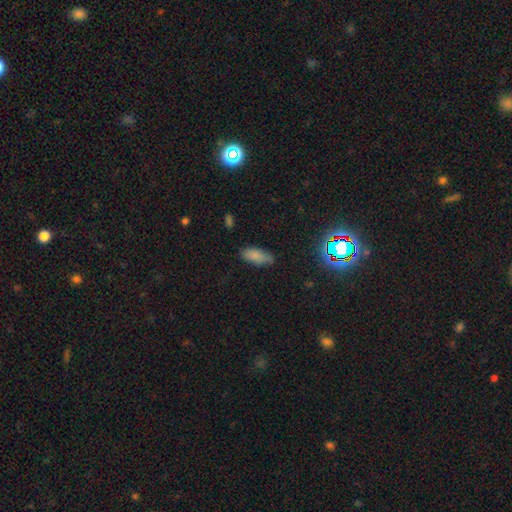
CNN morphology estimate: Smooth or featured: smooth — 81% (star or artifact — 10%)
How rounded: in between — 84% (cigar-shaped — 14%)
Merging: none — 72% (minor disturbance — 22%)